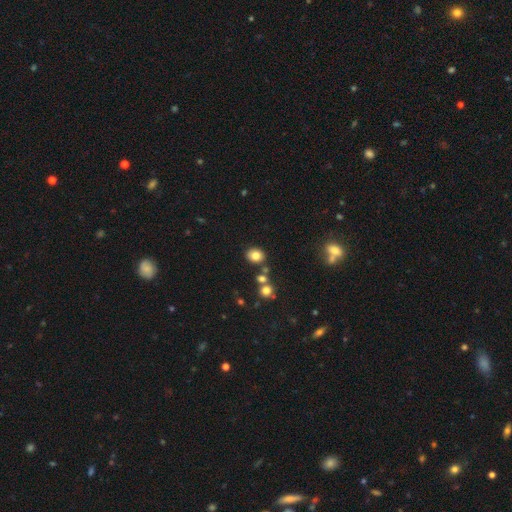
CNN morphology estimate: smooth_or_featured: smooth (p=0.79) [alt: star or artifact p=0.12]
how_rounded: round (p=0.61) [alt: in between p=0.38]
merging: none (p=0.79) [alt: minor disturbance p=0.10]